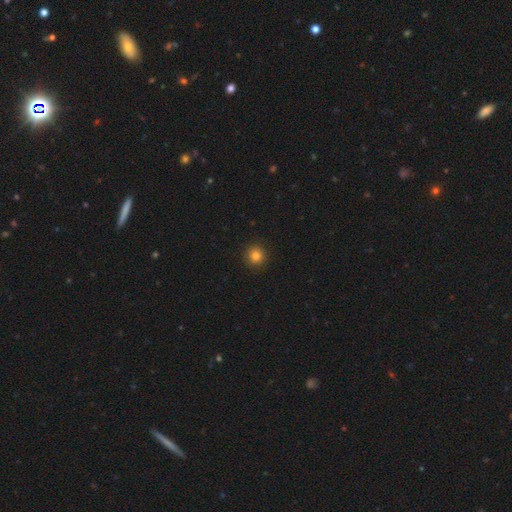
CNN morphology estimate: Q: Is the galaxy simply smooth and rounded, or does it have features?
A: smooth — 82%.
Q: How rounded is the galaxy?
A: round — 94%.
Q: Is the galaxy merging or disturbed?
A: none — 92%.